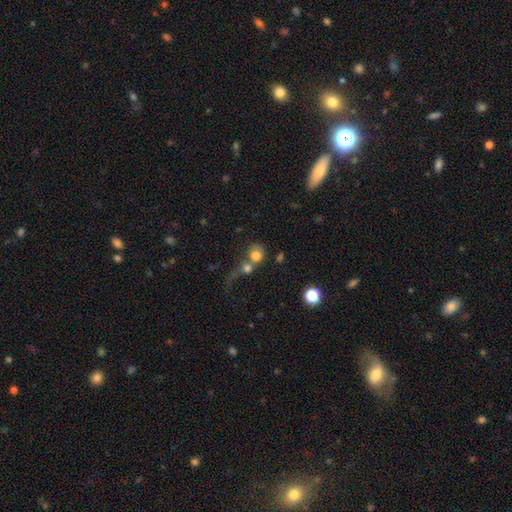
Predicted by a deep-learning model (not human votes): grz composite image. It shows a smooth galaxy with no disk features (75%) that is round (82%). Merging: merger (52%).